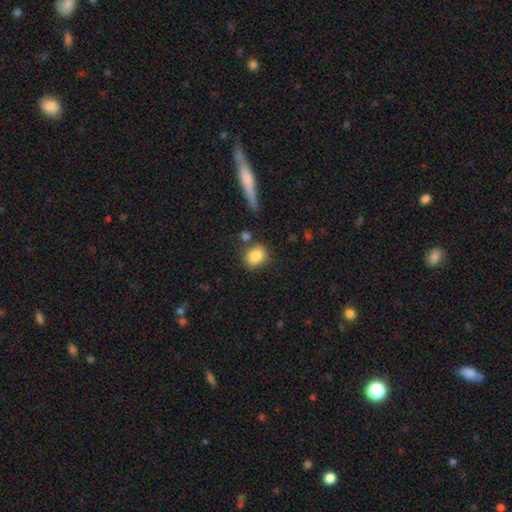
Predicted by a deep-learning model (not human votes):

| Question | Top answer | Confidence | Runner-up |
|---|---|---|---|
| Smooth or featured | smooth | 84% | star or artifact (9%) |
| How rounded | round | 68% | in between (30%) |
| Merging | none | 74% | minor disturbance (13%) |